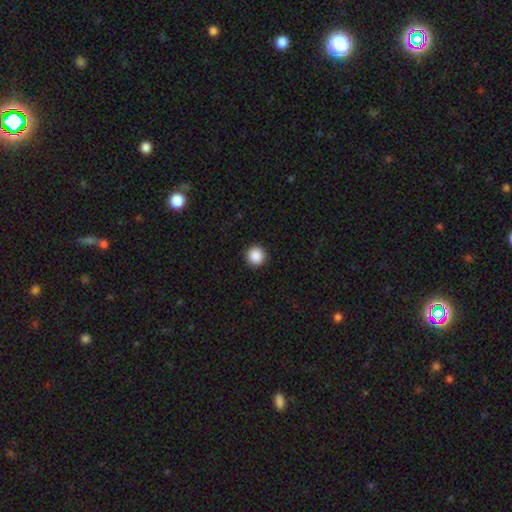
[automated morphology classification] Smooth or featured? smooth (88%)
How rounded? round (97%)
Merging? none (94%)